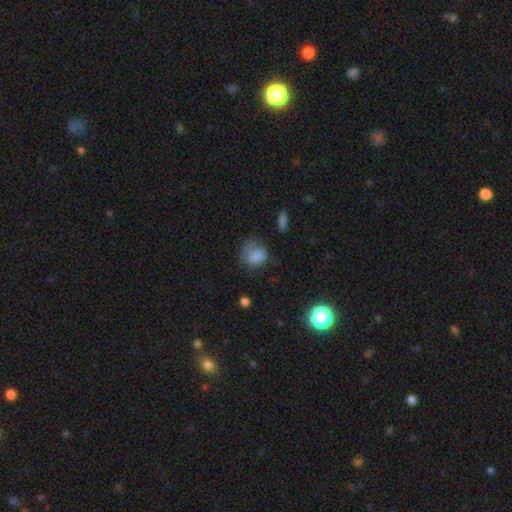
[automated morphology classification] smooth 77%, featured or disk 12%, star or artifact 12%. Down the decision tree: how rounded — round (54%); merging — none (46%).